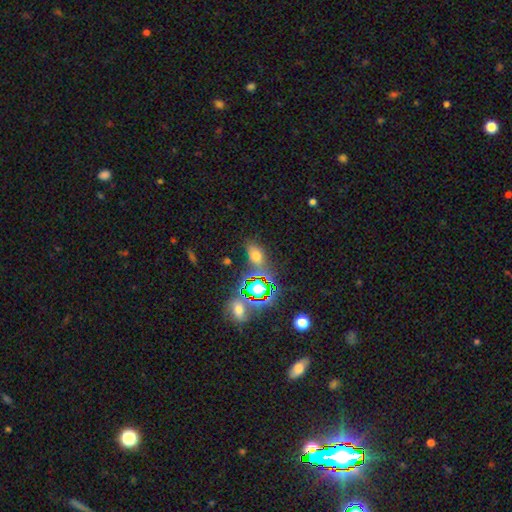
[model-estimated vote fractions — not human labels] Smooth or featured?
  - smooth: 56% *
  - star or artifact: 33%
  - featured or disk: 11%
How rounded?
  - in between: 78% *
  - round: 16%
  - cigar-shaped: 6%
Merging?
  - none: 70% *
  - minor disturbance: 15%
  - merger: 8%
  - major disturbance: 6%